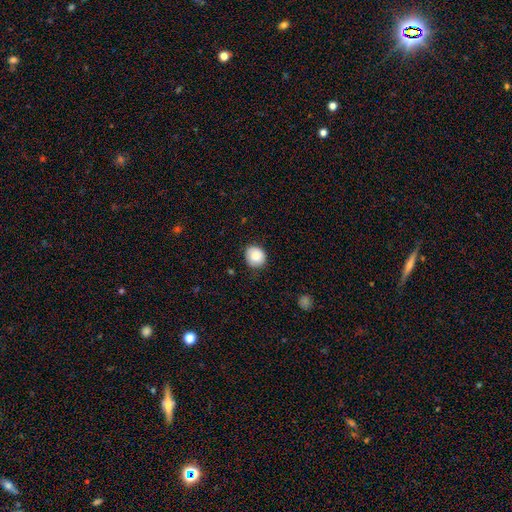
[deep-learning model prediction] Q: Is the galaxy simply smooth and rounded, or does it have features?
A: smooth — 85%.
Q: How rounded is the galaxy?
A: round — 78%.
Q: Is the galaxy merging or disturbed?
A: none — 83%.